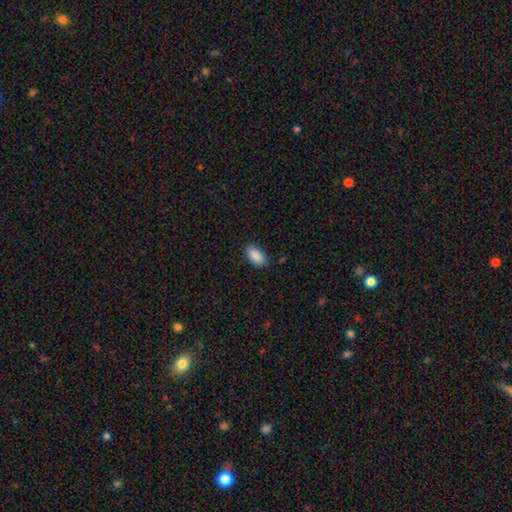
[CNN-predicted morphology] Overall: smooth (89%). How rounded: in between (94%). Merging: none (86%).